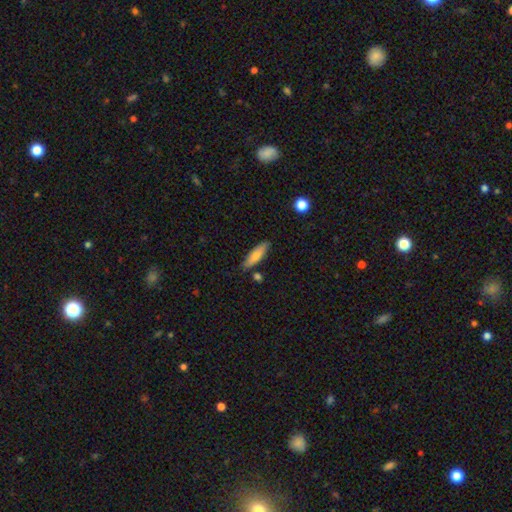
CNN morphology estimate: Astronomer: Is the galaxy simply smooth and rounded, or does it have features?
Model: smooth — 76%.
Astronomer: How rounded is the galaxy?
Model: cigar-shaped — 57% (runner-up: in between, 41%).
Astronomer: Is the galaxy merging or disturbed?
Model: none — 79%.